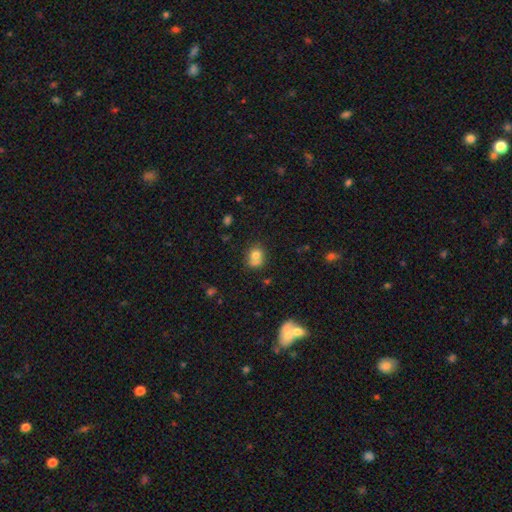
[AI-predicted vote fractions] This appears to be a smooth galaxy with no disk features (74%) that is round (59%). Merging: none (47%).